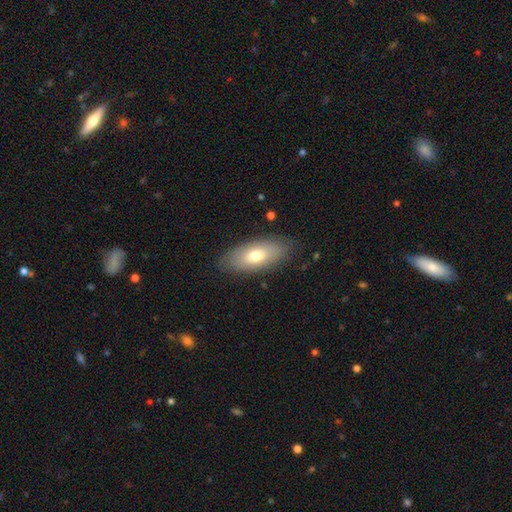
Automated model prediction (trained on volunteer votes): A smooth galaxy with no disk features (68%) that is in between round and cigar-shaped (87%). Merging: none (84%).